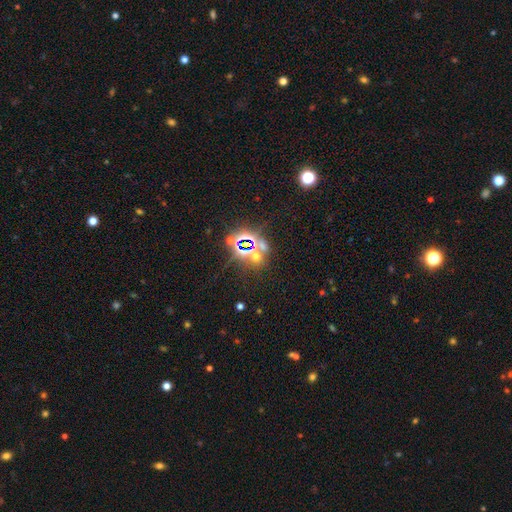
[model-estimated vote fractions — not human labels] star or artifact 64%, smooth 26%, featured or disk 10%.